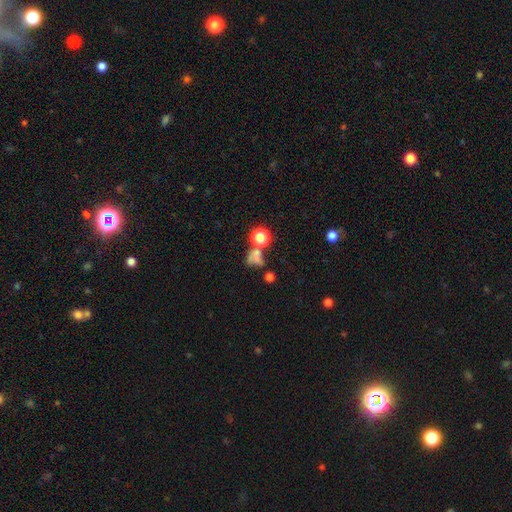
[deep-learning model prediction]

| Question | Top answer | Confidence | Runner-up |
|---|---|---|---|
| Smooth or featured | smooth | 53% | star or artifact (30%) |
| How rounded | round | 65% | in between (33%) |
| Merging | none | 36% | merger (34%) |